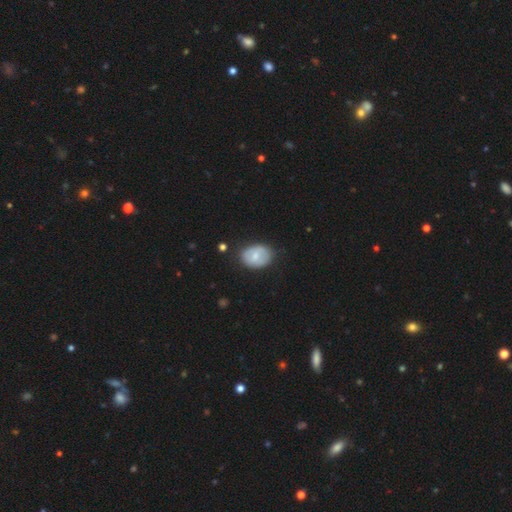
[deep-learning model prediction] smooth 66%, featured or disk 28%, star or artifact 7%. Down the decision tree: how rounded — in between (69%); merging — none (74%).